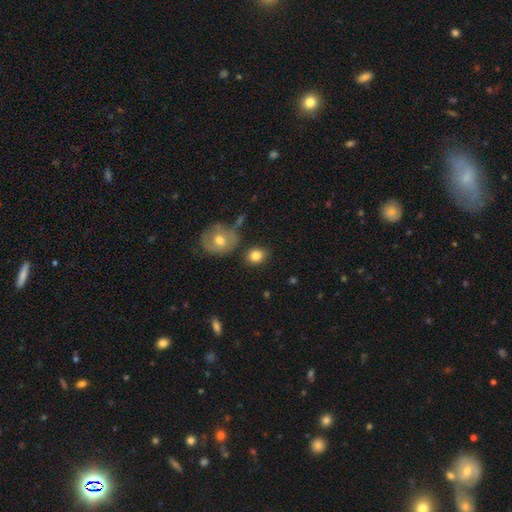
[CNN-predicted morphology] Smooth or featured: smooth — 82% (star or artifact — 9%)
How rounded: round — 62% (in between — 36%)
Merging: none — 78% (minor disturbance — 12%)